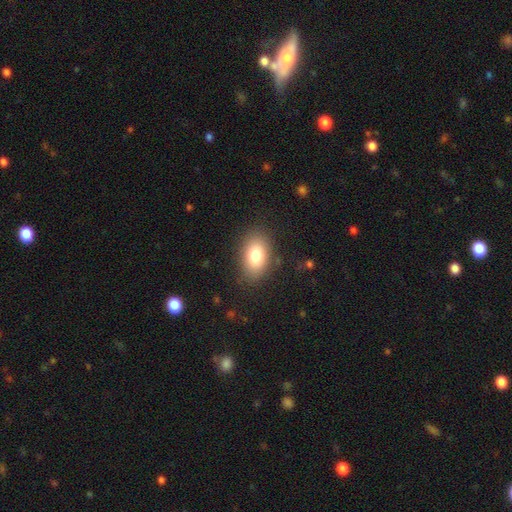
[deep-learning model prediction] Smooth or featured? Predicted: smooth (p=0.81). How rounded? Predicted: in between (p=0.89). Merging? Predicted: none (p=0.85).